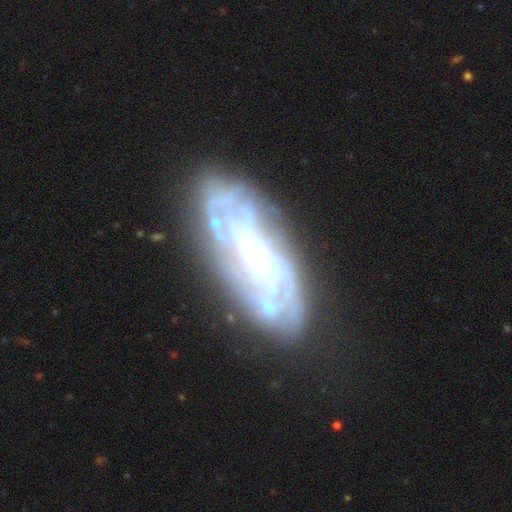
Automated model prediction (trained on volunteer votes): Smooth or featured?
  - featured or disk: 78% *
  - smooth: 14%
  - star or artifact: 8%
Edge-on disk?
  - no: 88% *
  - yes: 12%
Bar?
  - no: 60% *
  - weak: 29%
  - strong: 11%
Spiral arms?
  - yes: 79% *
  - no: 21%
Spiral winding?
  - tight: 56% *
  - medium: 31%
  - loose: 13%
Spiral arm count?
  - can't tell: 53% *
  - 2: 14%
  - 3: 11%
  - 4: 10%
  - more than 4: 7%
  - 1: 5%
Bulge size?
  - small: 51% *
  - moderate: 27%
  - none: 16%
  - large: 5%
  - dominant: 2%
Merging?
  - none: 69% *
  - minor disturbance: 17%
  - major disturbance: 9%
  - merger: 4%